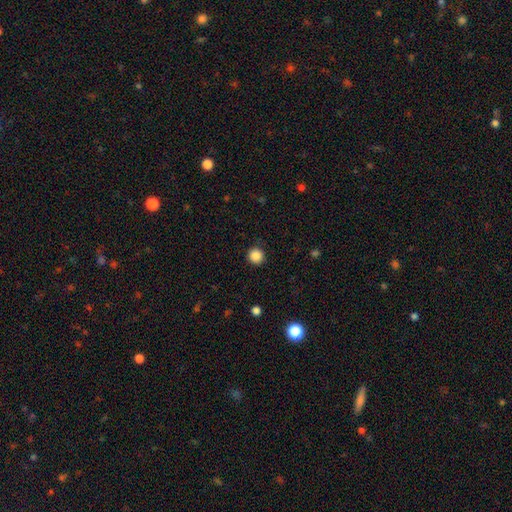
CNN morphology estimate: Smooth or featured? Predicted: smooth (p=0.86). How rounded? Predicted: round (p=0.95). Merging? Predicted: none (p=0.91).